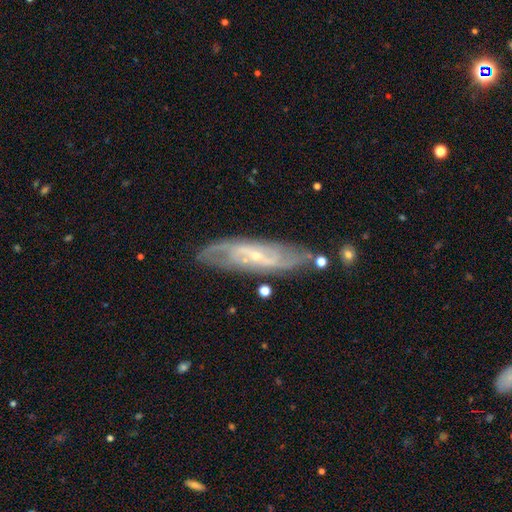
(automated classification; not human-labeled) smooth-or-featured: featured or disk: 84% | smooth: 10% | star or artifact: 6%
  disk-edge-on: no: 83% | yes: 17%
    bar: weak: 42% | no: 32% | strong: 26%
    has-spiral-arms: yes: 92% | no: 8%
      spiral-winding: medium: 43% | tight: 36% | loose: 21%
      spiral-arm-count: 2: 58% | can't tell: 24% | 3: 8% | 4: 4% | 1: 3% | more than 4: 3%
    bulge-size: small: 80% | moderate: 16% | none: 2% | large: 1% | dominant: 1%
  merging: none: 78% | minor disturbance: 15% | major disturbance: 4% | merger: 3%